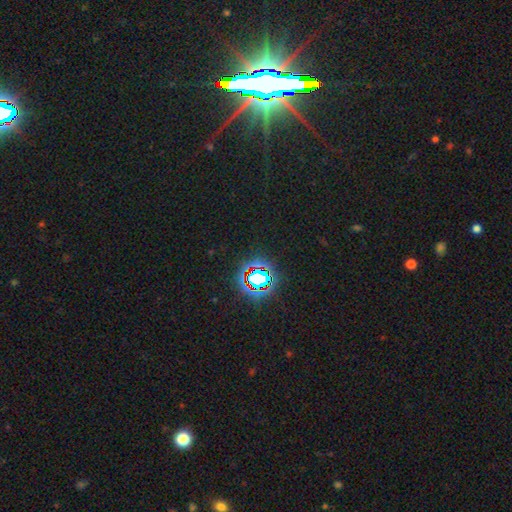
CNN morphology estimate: This appears to be a star or artifact, not a galaxy (83%).